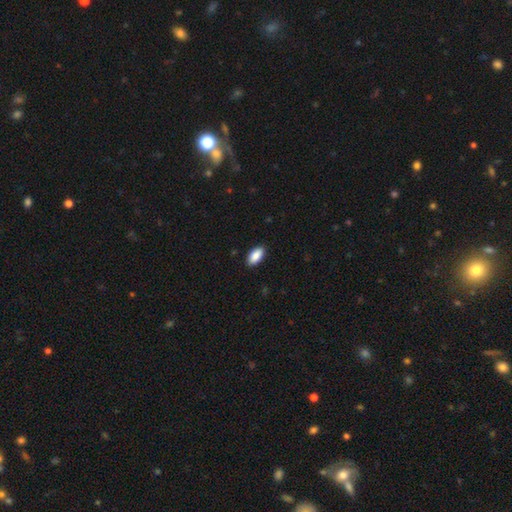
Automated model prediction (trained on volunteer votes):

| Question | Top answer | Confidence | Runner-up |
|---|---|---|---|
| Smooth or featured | smooth | 89% | star or artifact (6%) |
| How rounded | in between | 93% | cigar-shaped (5%) |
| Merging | none | 90% | minor disturbance (8%) |